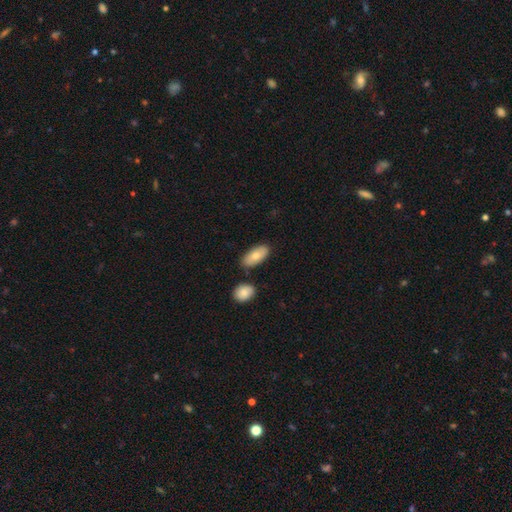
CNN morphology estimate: smooth_or_featured: smooth (p=0.77) [alt: featured or disk p=0.17]
how_rounded: in between (p=0.91) [alt: cigar-shaped p=0.06]
merging: none (p=0.79) [alt: minor disturbance p=0.12]